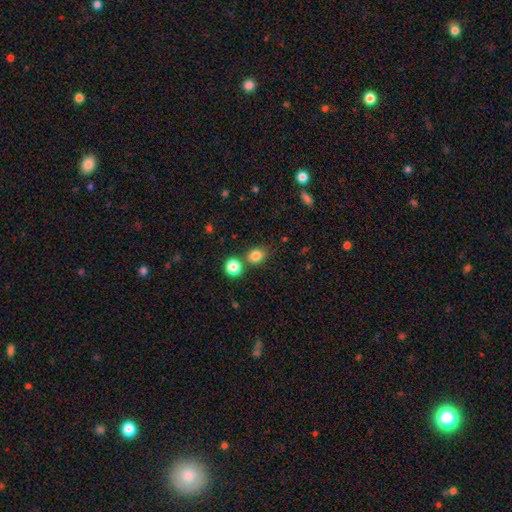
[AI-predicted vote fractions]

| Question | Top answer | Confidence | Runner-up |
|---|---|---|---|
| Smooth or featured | smooth | 82% | star or artifact (12%) |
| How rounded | round | 59% | in between (40%) |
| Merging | none | 71% | merger (15%) |